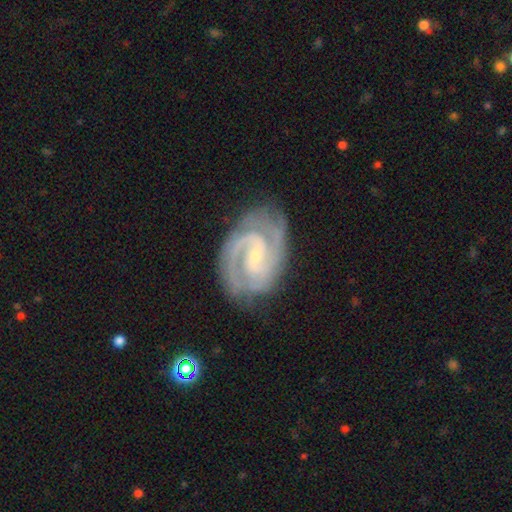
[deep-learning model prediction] smooth_or_featured: featured or disk (p=0.92) [alt: star or artifact p=0.04]
disk_edge_on: no (p=0.98) [alt: yes p=0.02]
bar: weak (p=0.45) [alt: no p=0.37]
has_spiral_arms: yes (p=0.98) [alt: no p=0.02]
spiral_winding: tight (p=0.51) [alt: medium p=0.43]
spiral_arm_count: 2 (p=0.80) [alt: 3 p=0.09]
bulge_size: small (p=0.77) [alt: moderate p=0.19]
merging: none (p=0.76) [alt: minor disturbance p=0.17]